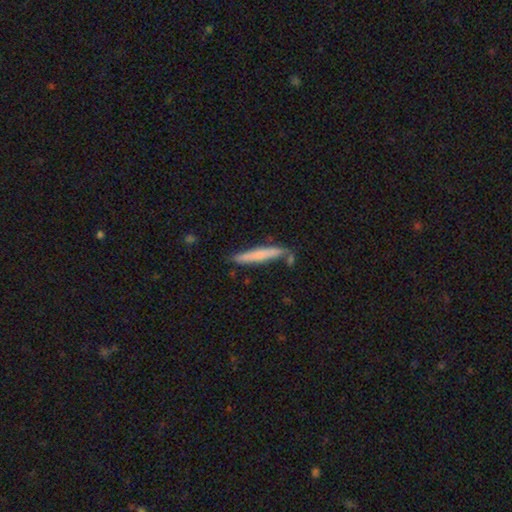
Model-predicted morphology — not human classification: This appears to be a smooth galaxy with no disk features (66%) that is cigar-shaped (95%). Merging: none (76%).